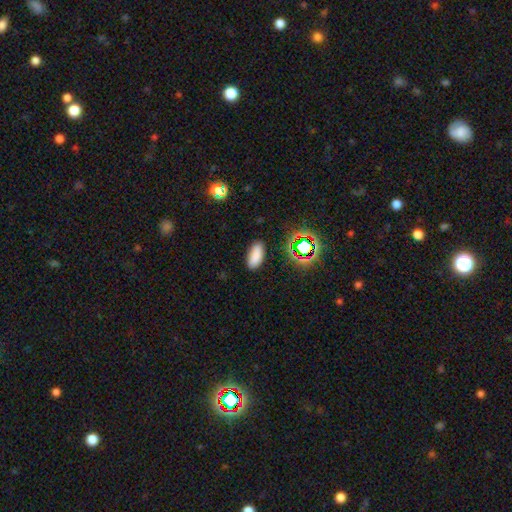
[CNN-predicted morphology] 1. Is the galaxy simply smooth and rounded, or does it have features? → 82% smooth, 13% star or artifact, 5% featured or disk.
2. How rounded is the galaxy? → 88% in between, 9% cigar-shaped, 3% round.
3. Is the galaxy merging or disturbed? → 87% none, 9% minor disturbance, 3% major disturbance, 1% merger.